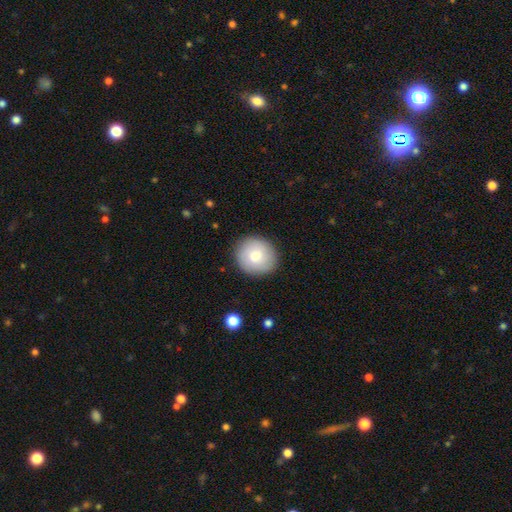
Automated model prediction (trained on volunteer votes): Smooth or featured? Predicted: smooth (p=0.75). How rounded? Predicted: round (p=0.86). Merging? Predicted: none (p=0.88).